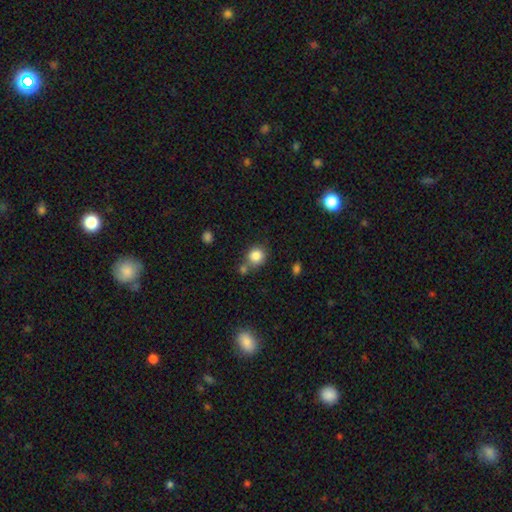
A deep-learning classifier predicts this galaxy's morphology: Smooth or featured?
  - smooth: 84% *
  - star or artifact: 10%
  - featured or disk: 6%
How rounded?
  - round: 84% *
  - in between: 15%
  - cigar-shaped: 1%
Merging?
  - none: 64% *
  - merger: 20%
  - minor disturbance: 12%
  - major disturbance: 4%